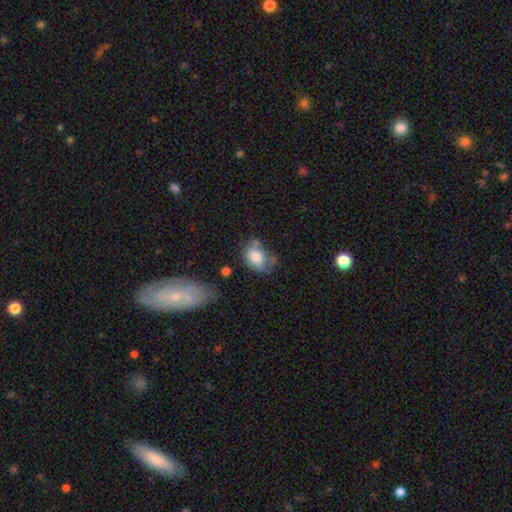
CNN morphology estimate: Smooth or featured: smooth — 71% (featured or disk — 21%)
How rounded: in between — 72% (round — 27%)
Merging: none — 41% (minor disturbance — 33%)